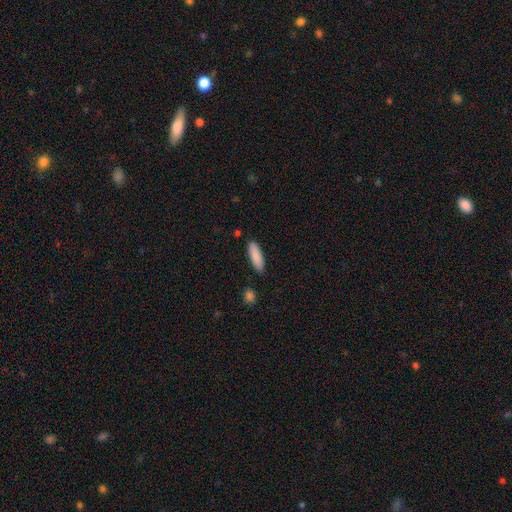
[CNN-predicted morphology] Q: Smooth or featured?
A: smooth (88%); runner-up: featured or disk (6%)
Q: How rounded?
A: in between (50%); runner-up: cigar-shaped (48%)
Q: Merging?
A: none (86%); runner-up: minor disturbance (10%)